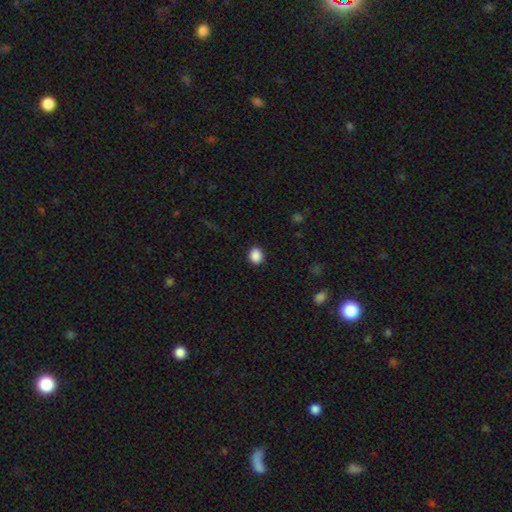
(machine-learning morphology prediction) smooth-or-featured: smooth: 88% | star or artifact: 9% | featured or disk: 2%
  how-rounded: round: 77% | in between: 22% | cigar-shaped: 1%
  merging: none: 90% | minor disturbance: 7% | major disturbance: 2% | merger: 1%